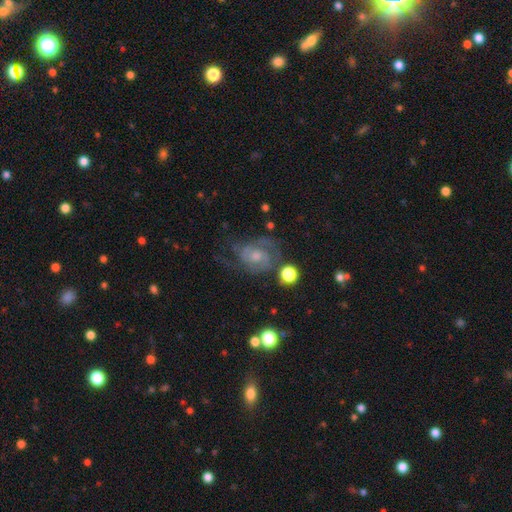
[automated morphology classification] smooth_or_featured: featured or disk (p=0.80) [alt: star or artifact p=0.11]
disk_edge_on: no (p=0.98) [alt: yes p=0.02]
bar: no (p=0.59) [alt: weak p=0.34]
has_spiral_arms: yes (p=0.96) [alt: no p=0.04]
spiral_winding: tight (p=0.47) [alt: medium p=0.43]
spiral_arm_count: 2 (p=0.53) [alt: can't tell p=0.18]
bulge_size: small (p=0.47) [alt: moderate p=0.43]
merging: none (p=0.64) [alt: minor disturbance p=0.19]